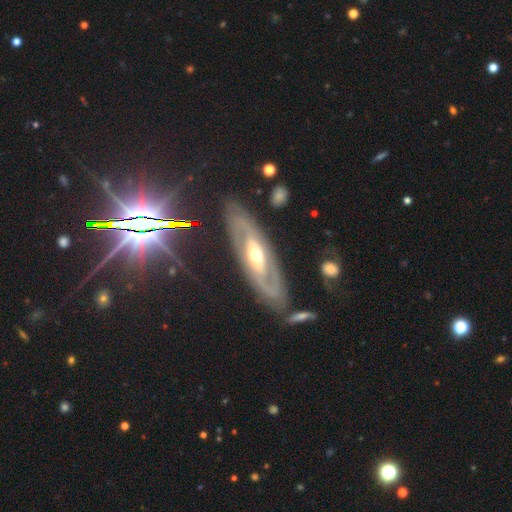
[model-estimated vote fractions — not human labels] This is clearly a featured or disk galaxy (80%). It is clearly not viewed edge-on (83%). Bar: possibly no (53%). Spiral arm pattern: likely yes (68%). Central bulge: likely moderate (67%). Merging: clearly none (81%).